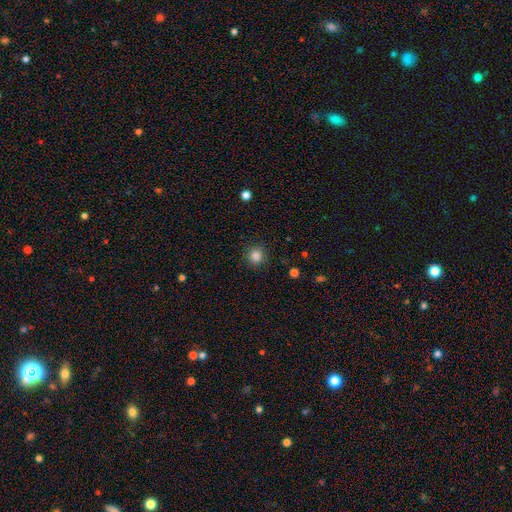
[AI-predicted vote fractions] Smooth or featured: smooth — 85% (star or artifact — 12%)
How rounded: round — 93% (in between — 6%)
Merging: none — 89% (minor disturbance — 7%)